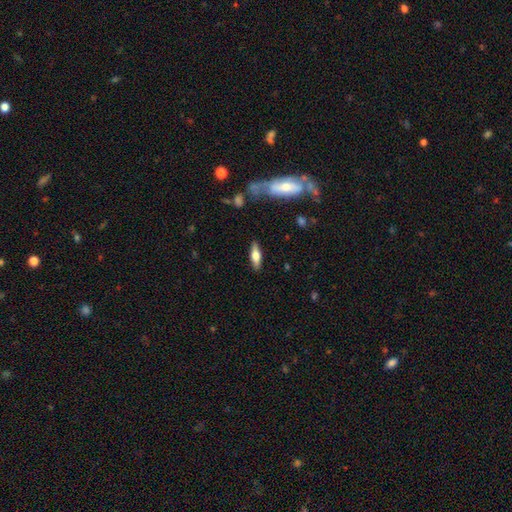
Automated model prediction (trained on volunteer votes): smooth_or_featured: smooth (p=0.57) [alt: featured or disk p=0.37]
how_rounded: in between (p=0.53) [alt: cigar-shaped p=0.45]
merging: none (p=0.86) [alt: minor disturbance p=0.10]